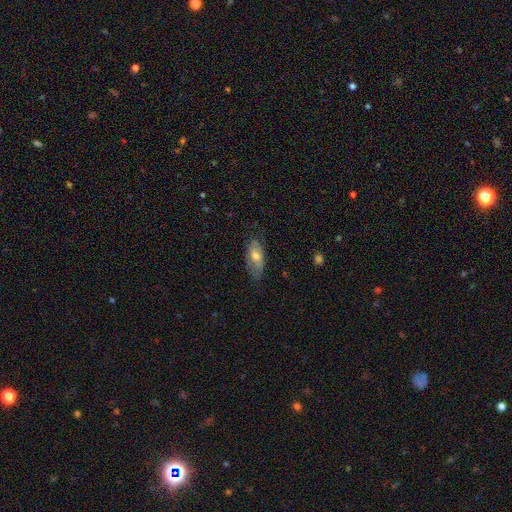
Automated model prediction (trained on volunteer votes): Smooth or featured? Predicted: smooth (p=0.60). How rounded? Predicted: in between (p=0.84). Merging? Predicted: none (p=0.70).